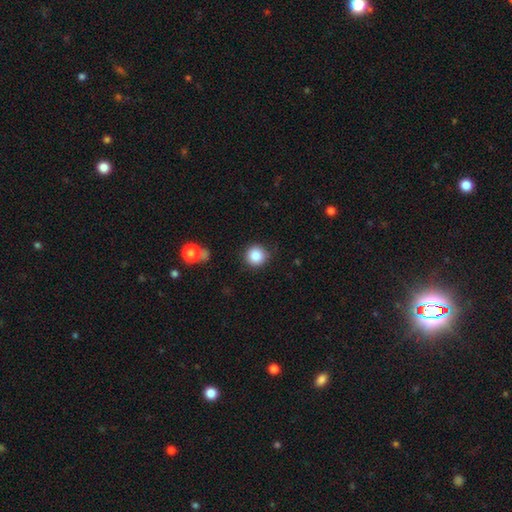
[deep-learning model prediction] Smooth or featured?
  - smooth: 86% *
  - star or artifact: 10%
  - featured or disk: 4%
How rounded?
  - round: 94% *
  - in between: 5%
  - cigar-shaped: 1%
Merging?
  - none: 86% *
  - minor disturbance: 9%
  - major disturbance: 3%
  - merger: 2%